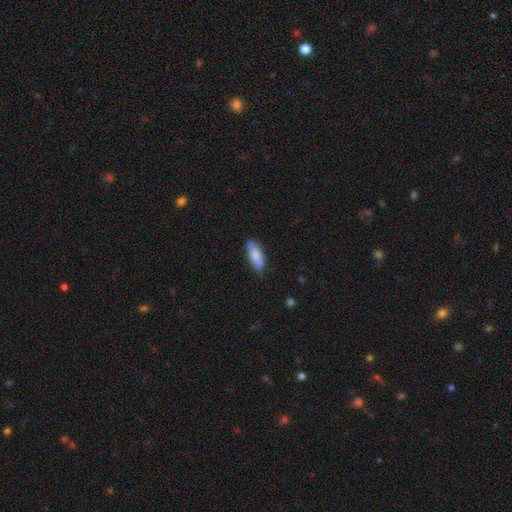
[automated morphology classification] Smooth or featured: smooth — 76% (featured or disk — 18%)
How rounded: in between — 56% (cigar-shaped — 42%)
Merging: none — 76% (minor disturbance — 18%)